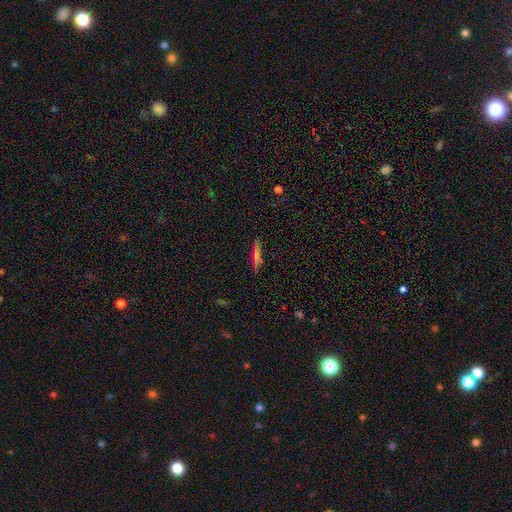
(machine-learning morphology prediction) This appears to be a featured or disk galaxy (49%). Merging: none (88%).